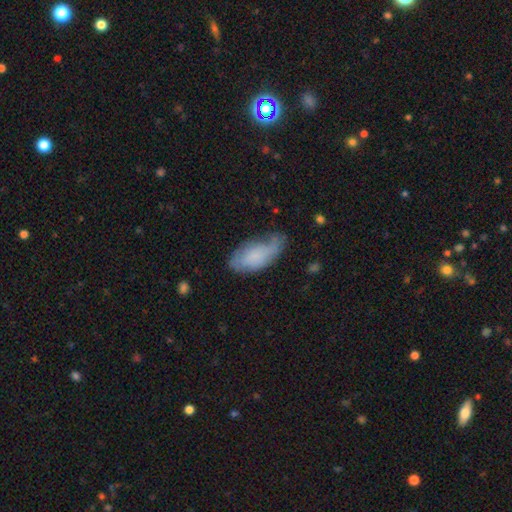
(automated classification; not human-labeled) Smooth or featured? Predicted: smooth (p=0.68). How rounded? Predicted: in between (p=0.90). Merging? Predicted: none (p=0.44).